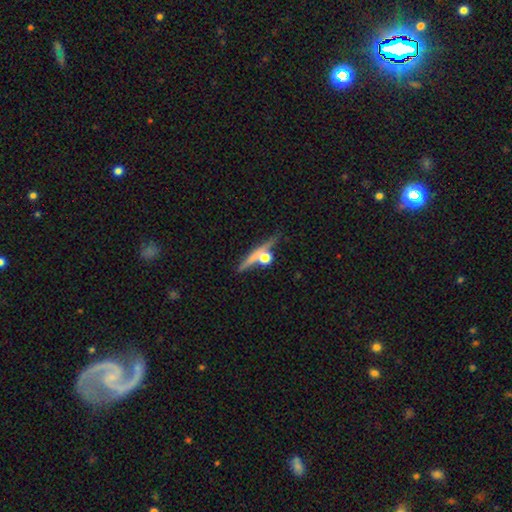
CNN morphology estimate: Q: Smooth or featured?
A: featured or disk (50%); runner-up: smooth (38%)
Q: Edge-on disk?
A: yes (88%); runner-up: no (12%)
Q: Merging?
A: none (68%); runner-up: merger (14%)